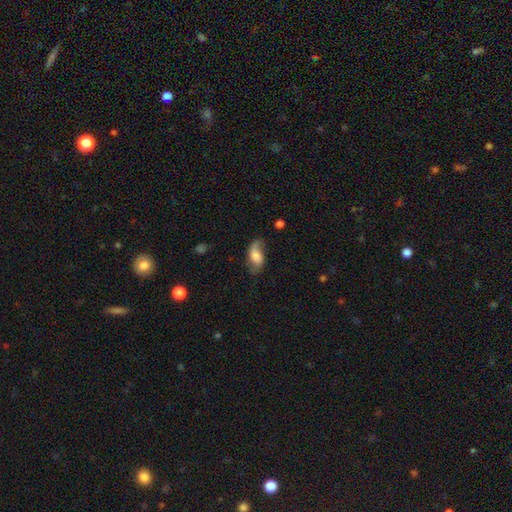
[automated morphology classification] type=featured or disk (46%); merging=none (58%).